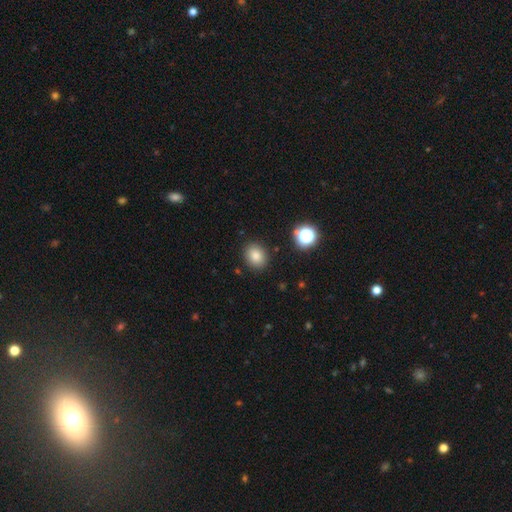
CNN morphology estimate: This appears to be a smooth galaxy with no disk features (83%) that is round (57%). Merging: none (87%).